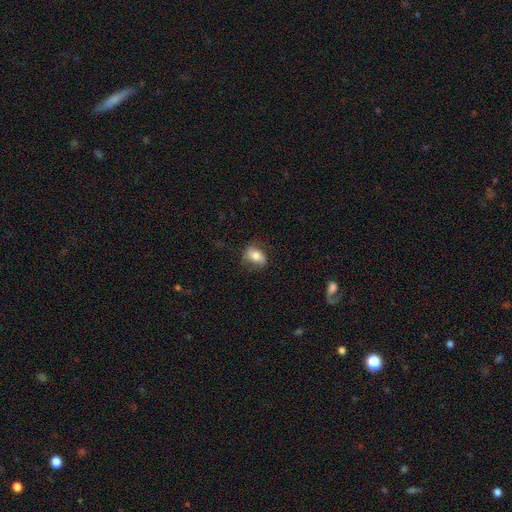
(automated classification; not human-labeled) Smooth or featured? smooth (75%)
How rounded? in between (80%)
Merging? none (69%)